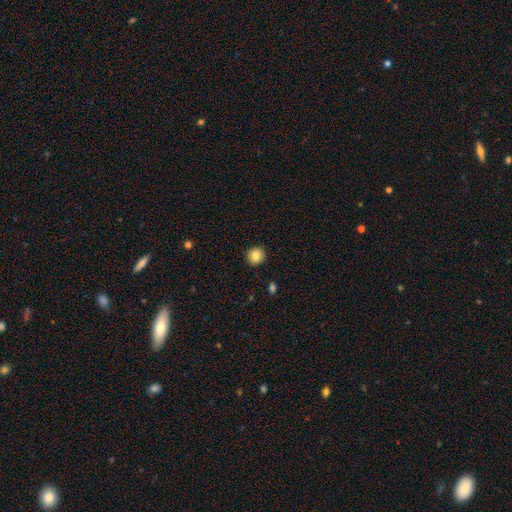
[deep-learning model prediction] This is clearly a smooth galaxy (85%). How rounded: clearly round (88%). Merging: clearly none (92%).